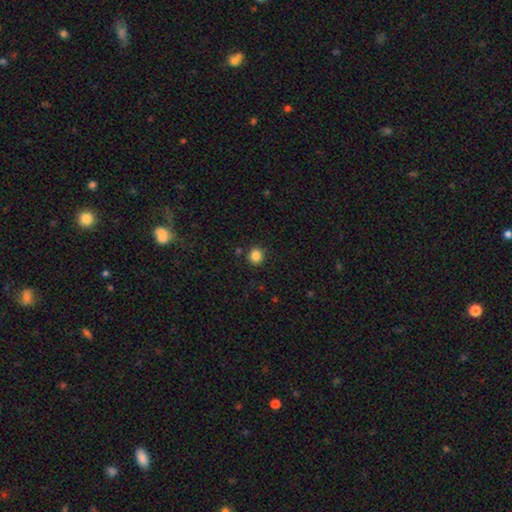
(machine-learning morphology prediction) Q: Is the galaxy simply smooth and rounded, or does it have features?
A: smooth — 85%.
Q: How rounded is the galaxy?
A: round — 90%.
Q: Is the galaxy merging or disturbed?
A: none — 89%.